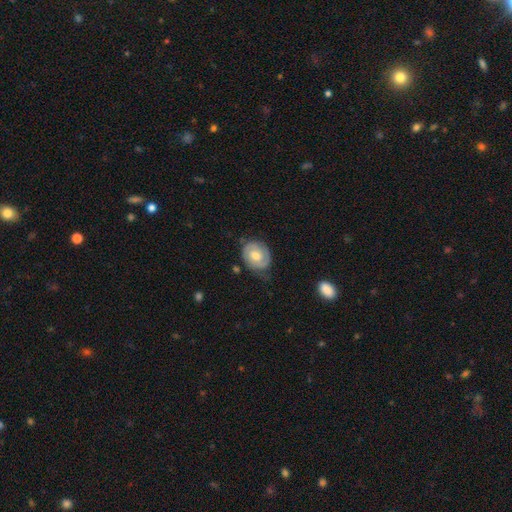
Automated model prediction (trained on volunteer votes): Smooth or featured: featured or disk — 63% (smooth — 31%)
Edge-on disk: no — 97% (yes — 3%)
Bar: no — 59% (weak — 35%)
Spiral arms: yes — 82% (no — 18%)
Spiral winding: tight — 62% (medium — 29%)
Spiral arm count: 2 — 70% (can't tell — 17%)
Bulge size: moderate — 73% (small — 18%)
Merging: none — 67% (minor disturbance — 24%)